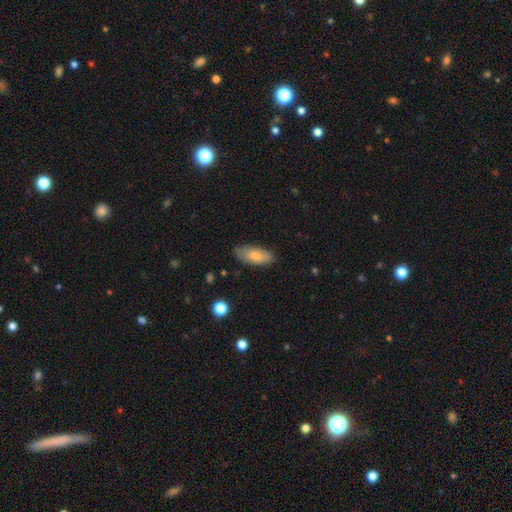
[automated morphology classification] This appears to be a smooth galaxy with no disk features (78%) that is in between round and cigar-shaped (83%). Merging: none (76%).